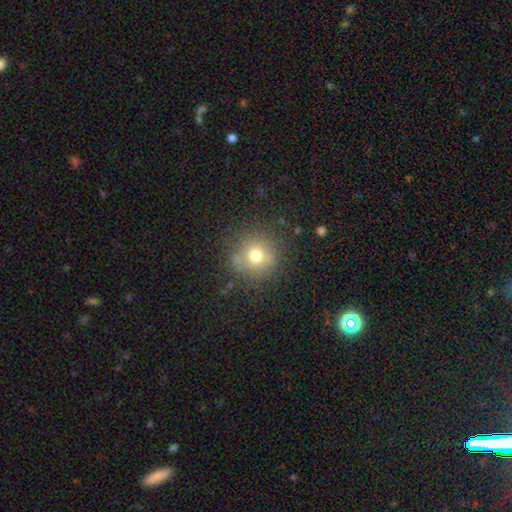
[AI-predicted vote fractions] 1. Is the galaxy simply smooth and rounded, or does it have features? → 69% smooth, 18% star or artifact, 13% featured or disk.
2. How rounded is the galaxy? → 92% round, 7% in between, 1% cigar-shaped.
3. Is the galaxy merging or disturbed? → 82% none, 11% minor disturbance, 4% major disturbance, 3% merger.